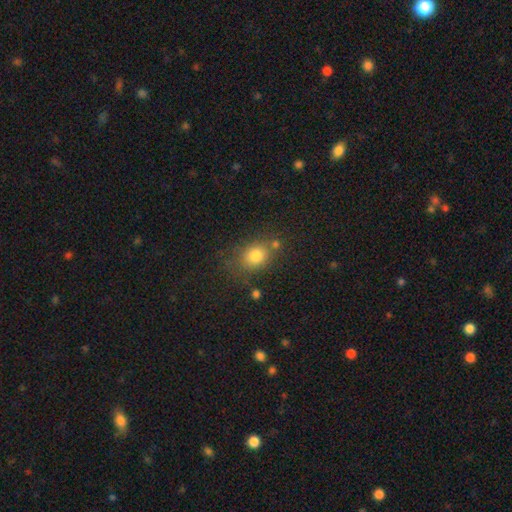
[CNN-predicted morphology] This is likely a smooth galaxy (78%). How rounded: possibly in between (54%). Merging: likely none (67%).